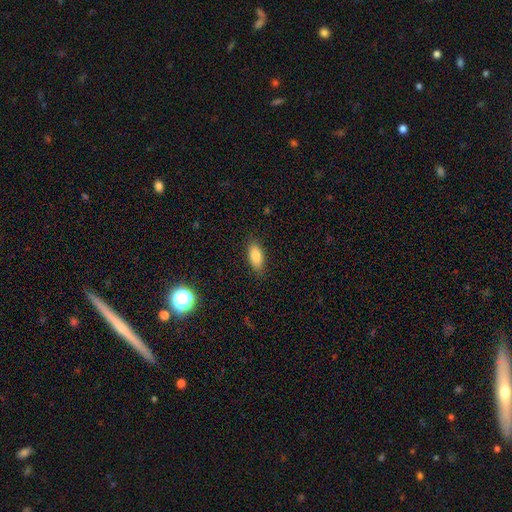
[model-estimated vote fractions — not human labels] Smooth or featured: smooth — 84% (featured or disk — 8%)
How rounded: in between — 86% (cigar-shaped — 11%)
Merging: none — 86% (minor disturbance — 10%)